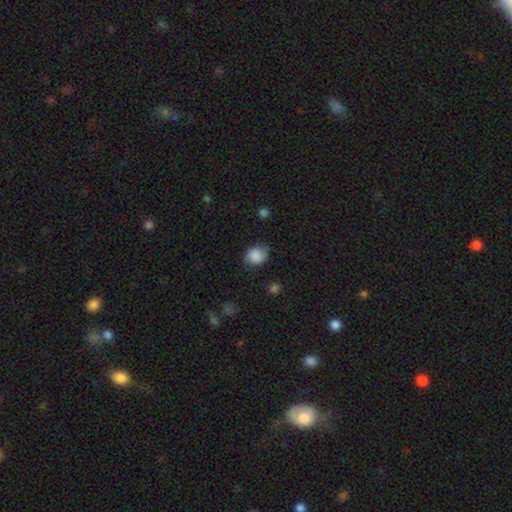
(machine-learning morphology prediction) Smooth or featured?
  - smooth: 81% *
  - featured or disk: 11%
  - star or artifact: 8%
How rounded?
  - round: 53% *
  - in between: 46%
  - cigar-shaped: 1%
Merging?
  - none: 73% *
  - minor disturbance: 20%
  - major disturbance: 5%
  - merger: 1%